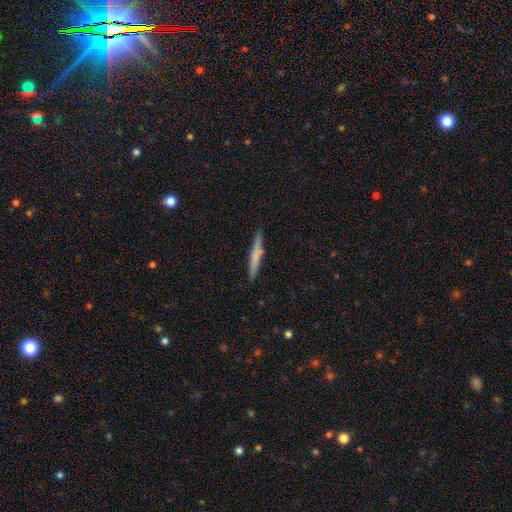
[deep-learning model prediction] Smooth or featured?
  - smooth: 58% *
  - featured or disk: 35%
  - star or artifact: 6%
How rounded?
  - cigar-shaped: 94% *
  - in between: 5%
  - round: 2%
Merging?
  - none: 80% *
  - minor disturbance: 13%
  - merger: 4%
  - major disturbance: 3%